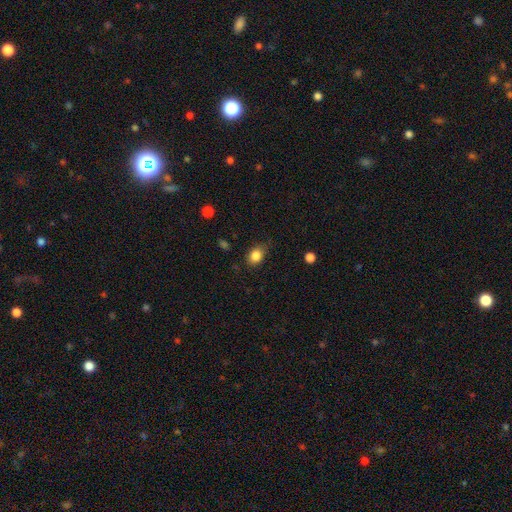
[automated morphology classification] This appears to be a smooth galaxy with no disk features (84%) that is in between round and cigar-shaped (63%). Merging: none (72%).